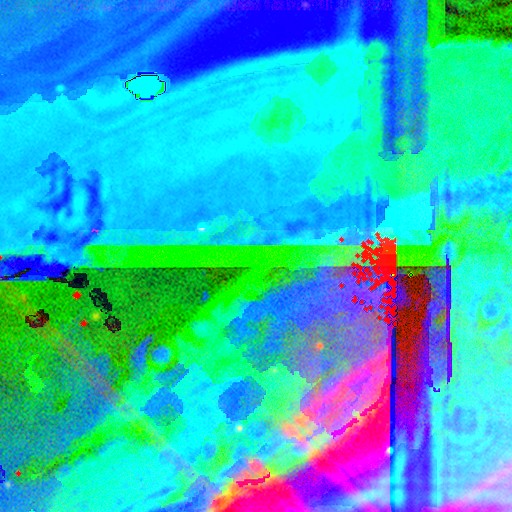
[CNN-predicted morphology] A star or artifact, not a galaxy (85%).

Vote fractions:
- Smooth or featured? star or artifact: 85% / featured or disk: 8% / smooth: 7%